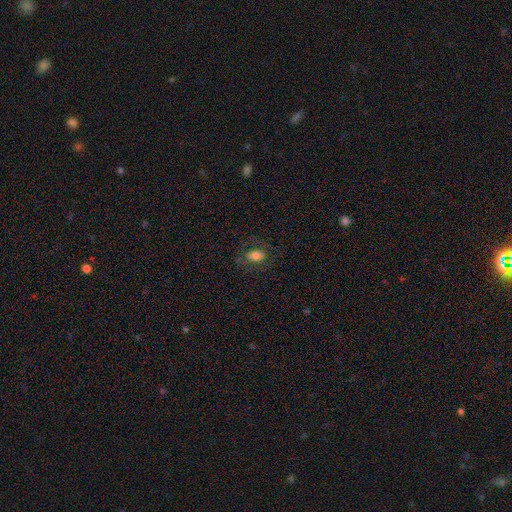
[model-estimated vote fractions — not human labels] smooth-or-featured: smooth: 71% | featured or disk: 18% | star or artifact: 11%
  how-rounded: in between: 81% | round: 17% | cigar-shaped: 2%
  merging: none: 74% | minor disturbance: 15% | major disturbance: 10% | merger: 1%